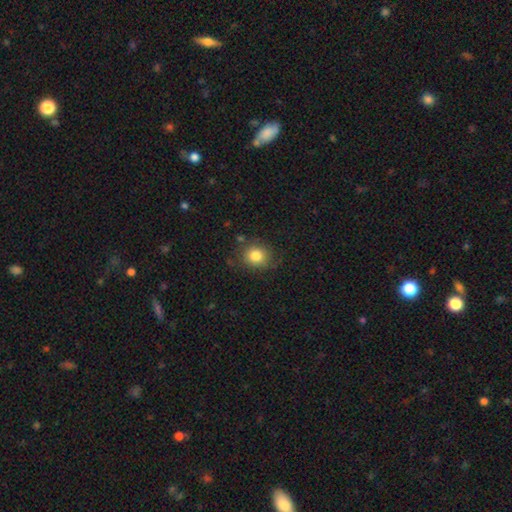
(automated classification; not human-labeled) A smooth galaxy with no disk features (82%) that is round (76%).

Vote fractions:
- Smooth or featured? smooth: 82% / star or artifact: 10% / featured or disk: 8%
- How rounded? round: 76% / in between: 23% / cigar-shaped: 1%
- Merging? none: 78% / minor disturbance: 16% / major disturbance: 5% / merger: 2%